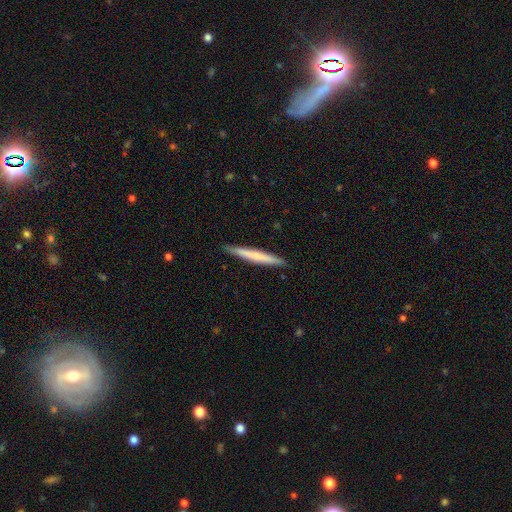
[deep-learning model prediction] Morphology: type=smooth (58%); roundness=cigar-shaped (97%); merging=none (91%).